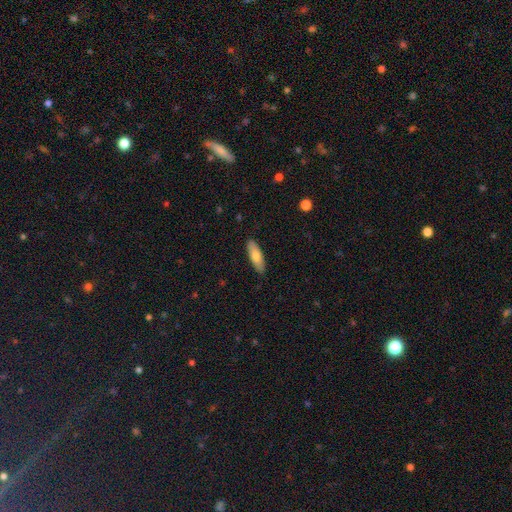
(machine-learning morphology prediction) Smooth or featured?
  - smooth: 75% *
  - featured or disk: 20%
  - star or artifact: 6%
How rounded?
  - in between: 55% *
  - cigar-shaped: 43%
  - round: 2%
Merging?
  - none: 87% *
  - minor disturbance: 11%
  - major disturbance: 2%
  - merger: 1%